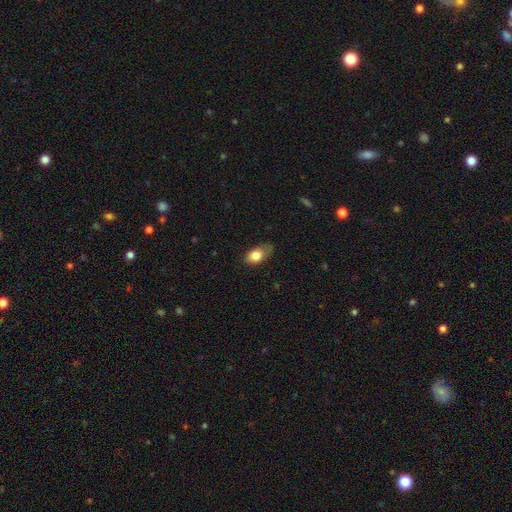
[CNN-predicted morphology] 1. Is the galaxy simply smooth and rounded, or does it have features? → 80% smooth, 13% featured or disk, 8% star or artifact.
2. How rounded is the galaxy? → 84% in between, 13% round, 3% cigar-shaped.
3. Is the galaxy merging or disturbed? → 61% none, 30% minor disturbance, 7% major disturbance, 1% merger.